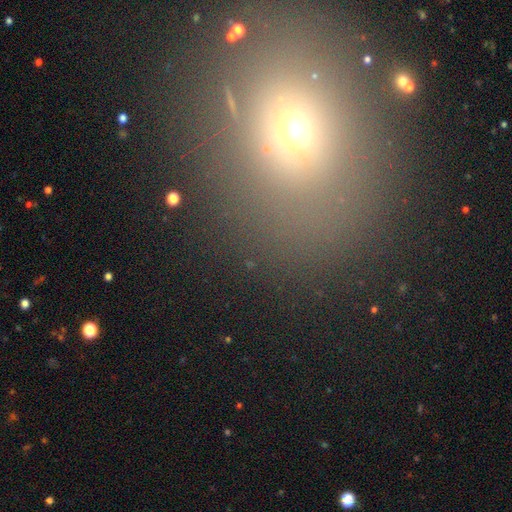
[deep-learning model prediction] smooth-or-featured: smooth: 47% | star or artifact: 40% | featured or disk: 13%
  merging: none: 79% | minor disturbance: 11% | major disturbance: 6% | merger: 4%